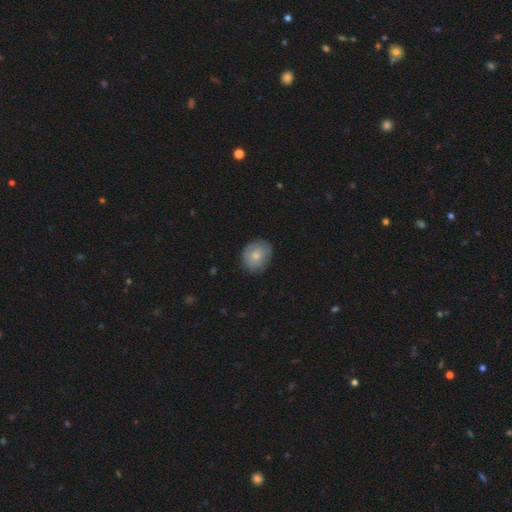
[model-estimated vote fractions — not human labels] This is likely a smooth galaxy (70%). How rounded: likely round (67%). Merging: likely none (78%).